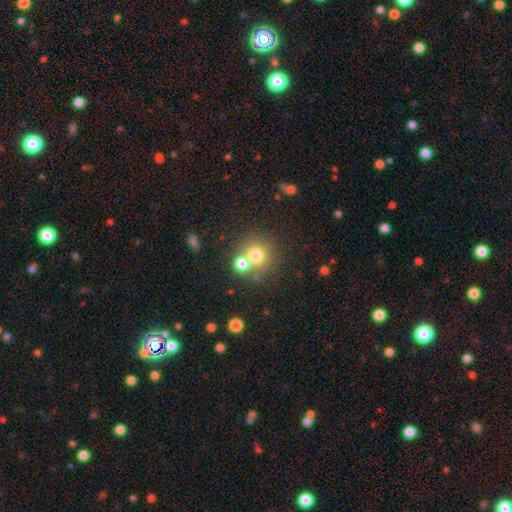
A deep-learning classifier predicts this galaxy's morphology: This appears to be a smooth galaxy with no disk features (72%) that is round (90%). Merging: none (57%).